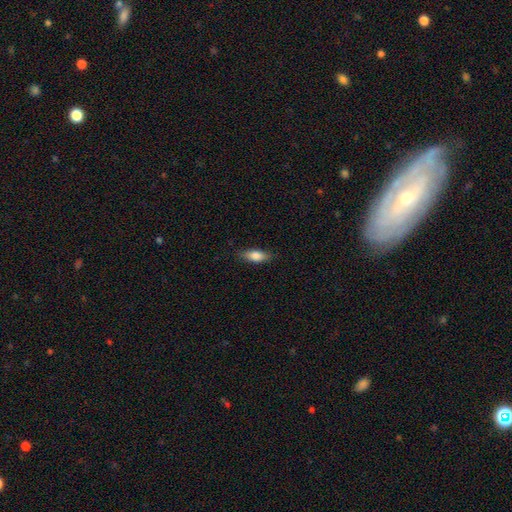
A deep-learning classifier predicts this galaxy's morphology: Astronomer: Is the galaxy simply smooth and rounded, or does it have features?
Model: smooth — 80%.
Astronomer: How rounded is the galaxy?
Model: in between — 75%.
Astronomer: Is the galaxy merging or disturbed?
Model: none — 83%.